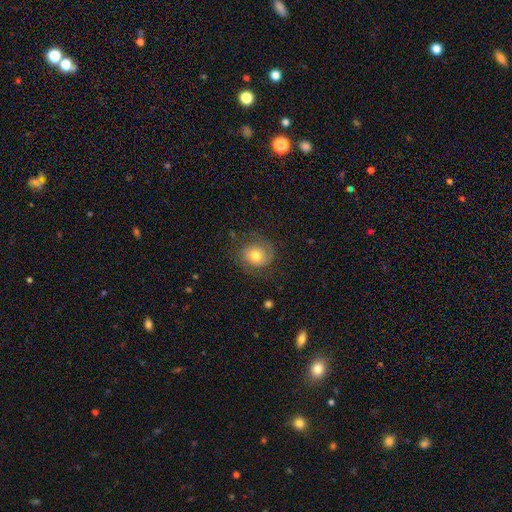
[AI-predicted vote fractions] Morphology: type=smooth (52%); roundness=round (77%); merging=none (68%).